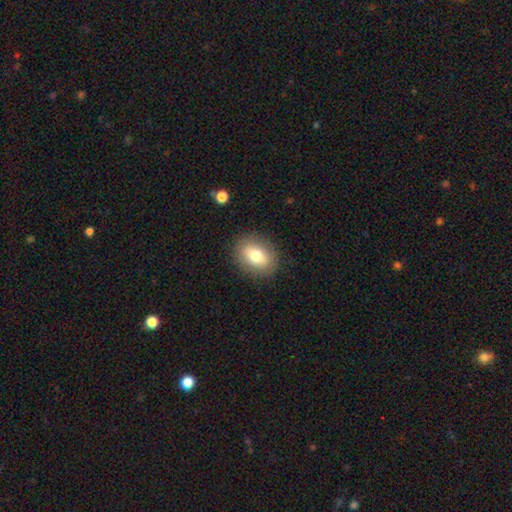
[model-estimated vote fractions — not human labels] A smooth galaxy with no disk features (76%) that is in between round and cigar-shaped (67%).

Vote fractions:
- Smooth or featured? smooth: 76% / featured or disk: 16% / star or artifact: 8%
- How rounded? in between: 67% / round: 32% / cigar-shaped: 1%
- Merging? none: 87% / minor disturbance: 9% / major disturbance: 3% / merger: 1%